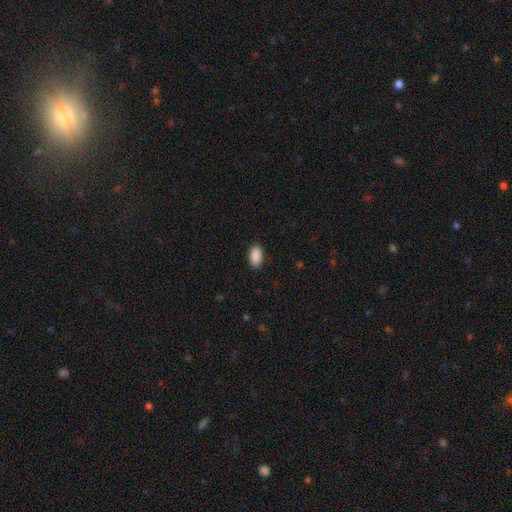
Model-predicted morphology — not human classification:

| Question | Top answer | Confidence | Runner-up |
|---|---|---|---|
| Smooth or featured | smooth | 91% | star or artifact (7%) |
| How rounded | in between | 94% | round (3%) |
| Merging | none | 88% | minor disturbance (9%) |